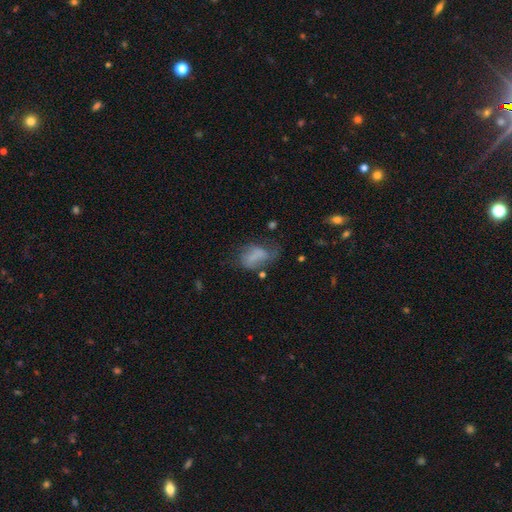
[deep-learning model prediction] Overall: smooth (52%; featured or disk 36%). How rounded: in between (83%). Merging: none (33%; major disturbance 32%).